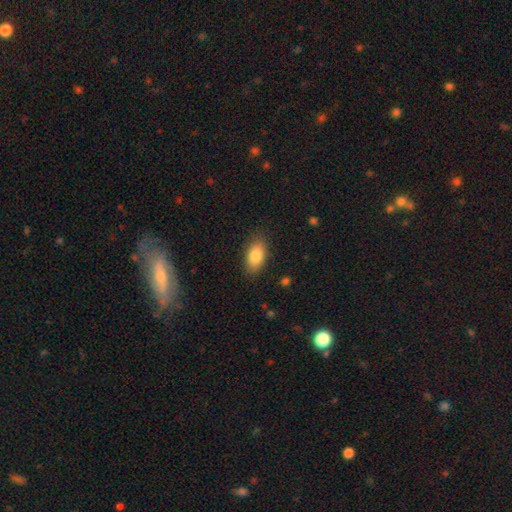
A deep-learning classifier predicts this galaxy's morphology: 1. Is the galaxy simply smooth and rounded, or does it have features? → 84% smooth, 9% featured or disk, 7% star or artifact.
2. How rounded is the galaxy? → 90% in between, 5% round, 5% cigar-shaped.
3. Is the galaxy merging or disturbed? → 86% none, 11% minor disturbance, 3% major disturbance, 1% merger.